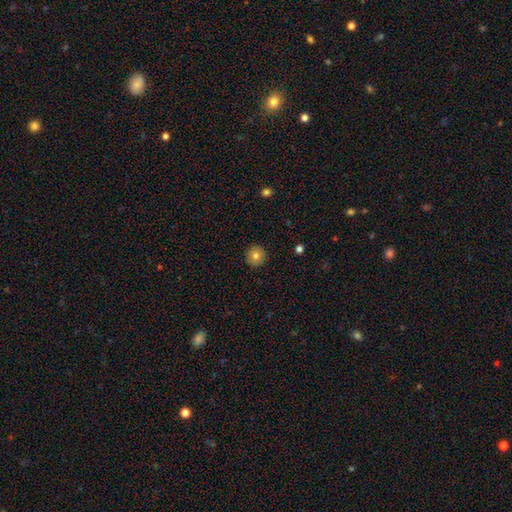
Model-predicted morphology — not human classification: type=smooth (81%); roundness=round (94%); merging=none (91%).